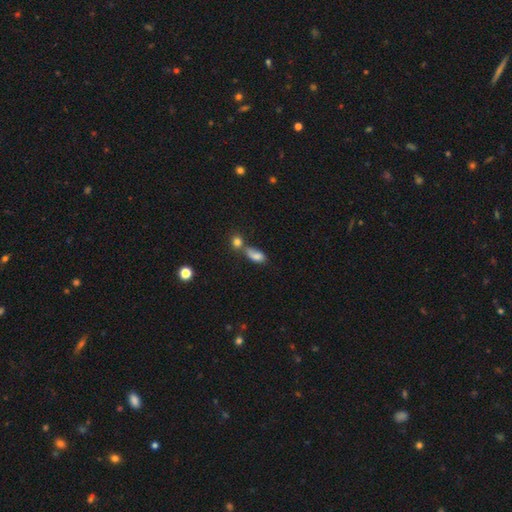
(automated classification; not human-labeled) Smooth or featured? smooth (70%)
How rounded? in between (77%)
Merging? merger (46%)